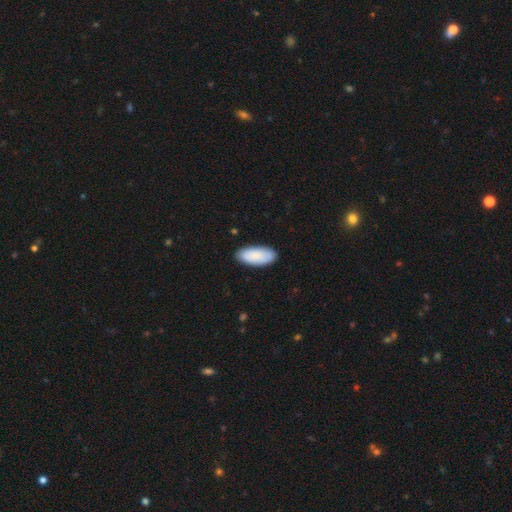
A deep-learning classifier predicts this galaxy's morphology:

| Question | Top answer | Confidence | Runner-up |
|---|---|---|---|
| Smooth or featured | smooth | 87% | featured or disk (8%) |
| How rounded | in between | 90% | cigar-shaped (8%) |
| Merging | none | 85% | minor disturbance (12%) |